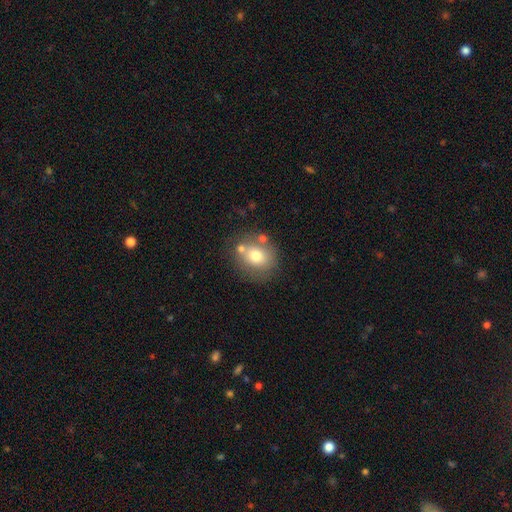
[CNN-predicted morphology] The model was most divided on "how rounded": round: 69%, in between: 30%, cigar-shaped: 1%. More confident: smooth or featured — smooth (72%); merging — none (67%).